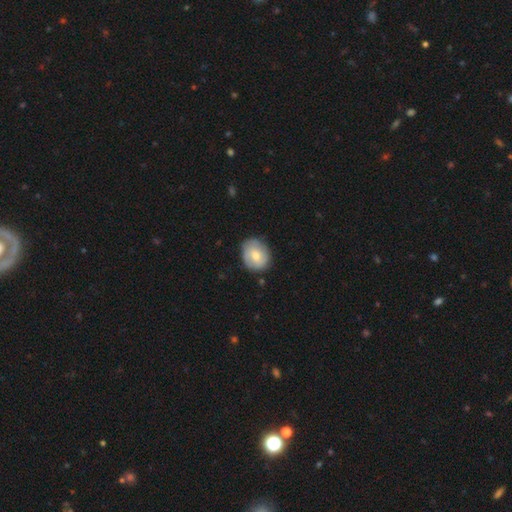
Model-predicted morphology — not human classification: The model was most divided on "how rounded": round: 54%, in between: 45%, cigar-shaped: 1%. More confident: merging — none (77%); smooth or featured — smooth (63%).